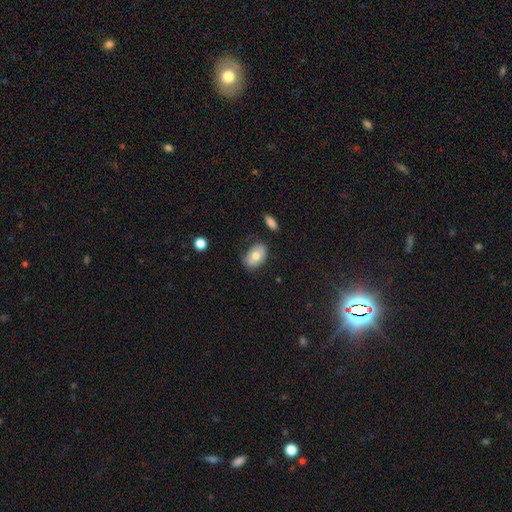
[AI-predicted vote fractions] Smooth or featured? Predicted: smooth (p=0.71). How rounded? Predicted: in between (p=0.87). Merging? Predicted: none (p=0.75).